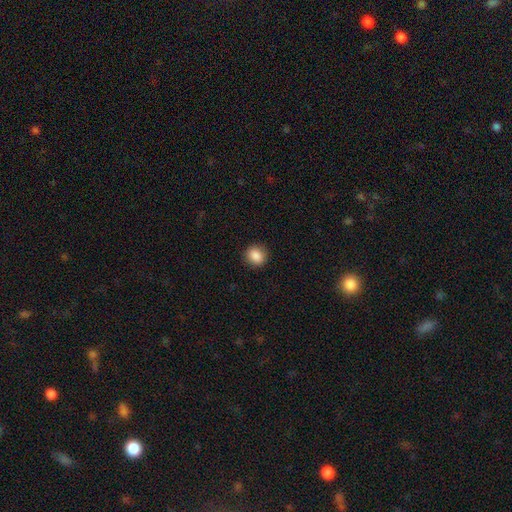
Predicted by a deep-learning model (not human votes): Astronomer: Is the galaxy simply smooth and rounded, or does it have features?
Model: smooth — 87%.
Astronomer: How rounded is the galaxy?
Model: round — 76%.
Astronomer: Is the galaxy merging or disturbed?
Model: none — 90%.